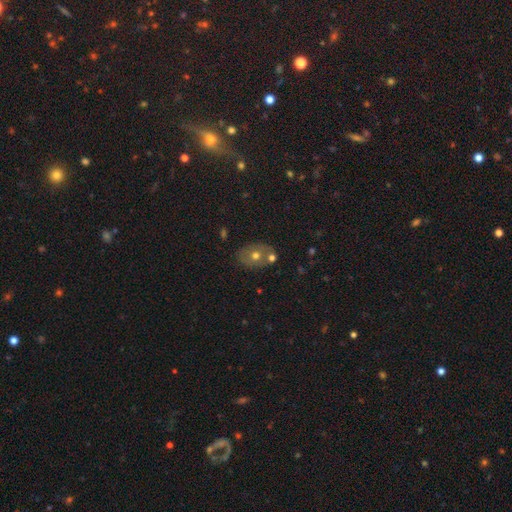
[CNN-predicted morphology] A smooth galaxy with no disk features (56%) that is in between round and cigar-shaped (68%). Merging: none (65%).